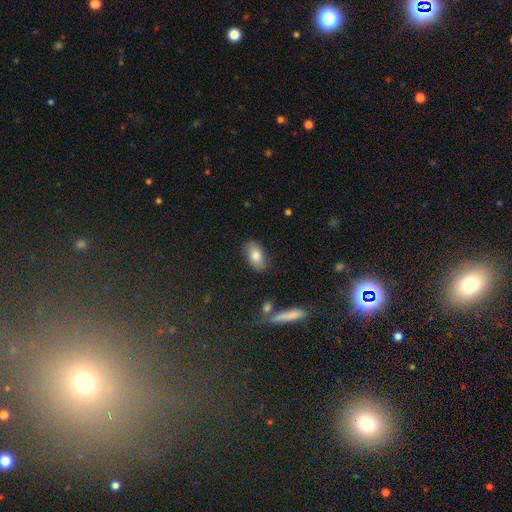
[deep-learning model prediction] This is clearly a smooth galaxy (80%). How rounded: clearly in between (91%). Merging: clearly none (82%).